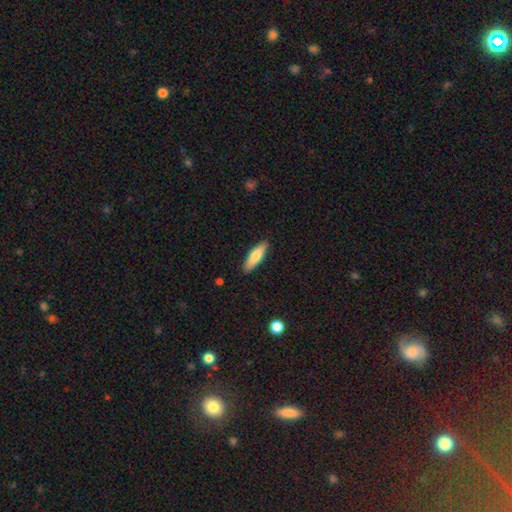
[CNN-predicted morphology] A smooth galaxy with no disk features (73%) that is cigar-shaped (59%). Merging: none (89%).